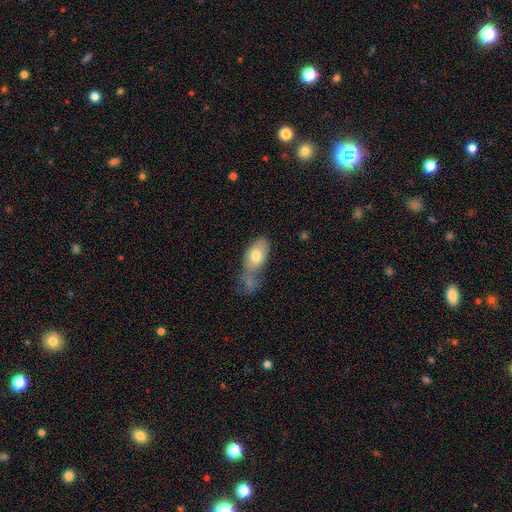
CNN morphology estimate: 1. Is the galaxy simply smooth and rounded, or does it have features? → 73% smooth, 20% featured or disk, 6% star or artifact.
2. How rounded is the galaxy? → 91% in between, 6% round, 3% cigar-shaped.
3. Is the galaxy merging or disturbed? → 37% merger, 29% none, 19% minor disturbance, 15% major disturbance.